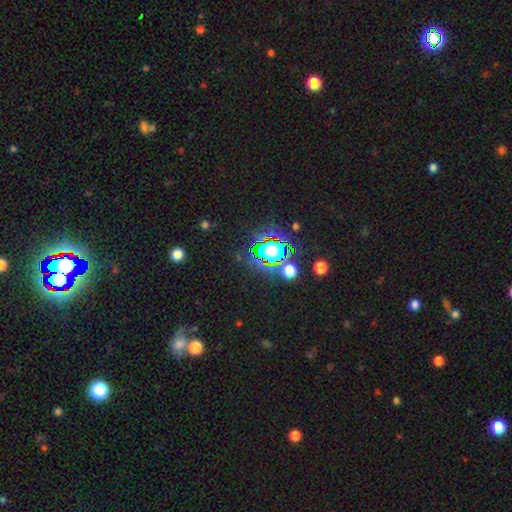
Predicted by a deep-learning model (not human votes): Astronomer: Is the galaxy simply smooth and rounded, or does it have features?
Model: star or artifact — 81%.